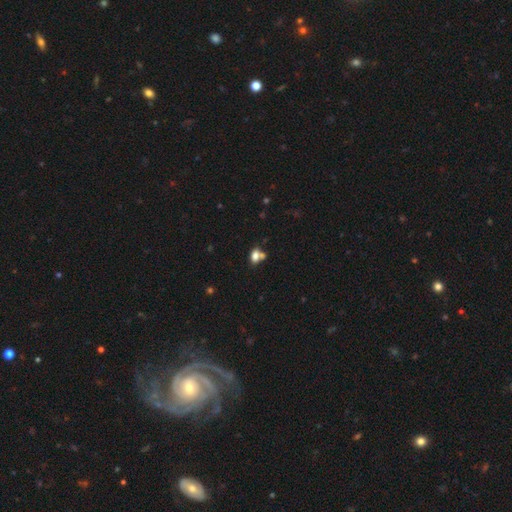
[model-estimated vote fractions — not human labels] Smooth or featured? smooth (76%)
How rounded? in between (78%)
Merging? none (45%)